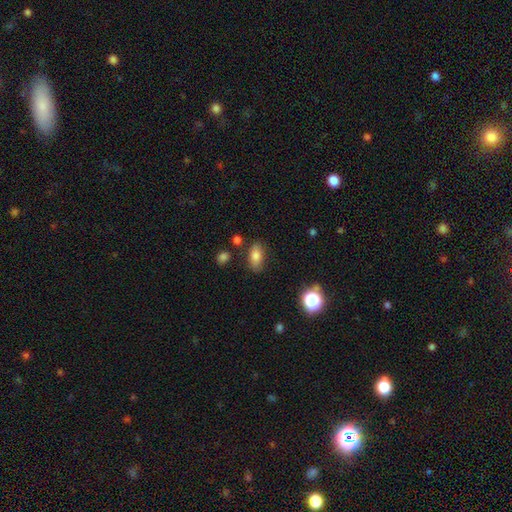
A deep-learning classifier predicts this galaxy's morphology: smooth 78%, featured or disk 12%, star or artifact 10%. Down the decision tree: how rounded — in between (87%); merging — none (79%).